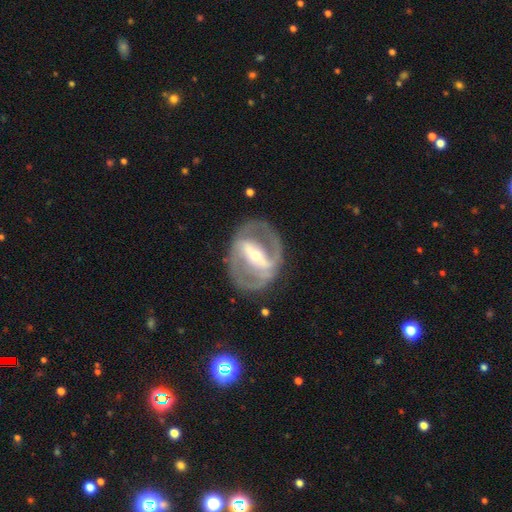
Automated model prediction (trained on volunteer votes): Overall: featured or disk (85%). Edge-on disk: no (93%). Bar: strong (70%). Spiral arms: yes (74%). Spiral arm count: 2 (80%). Spiral winding: medium (44%; tight 35%). Bulge size: moderate (47%, tied with small). Merging: none (73%).